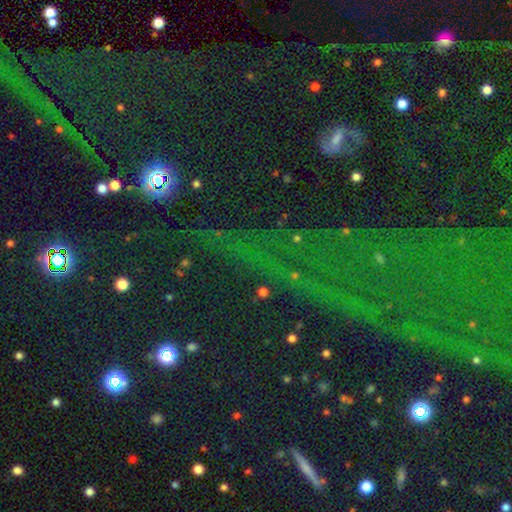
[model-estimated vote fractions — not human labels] smooth_or_featured: star or artifact (p=0.74) [alt: smooth p=0.16]